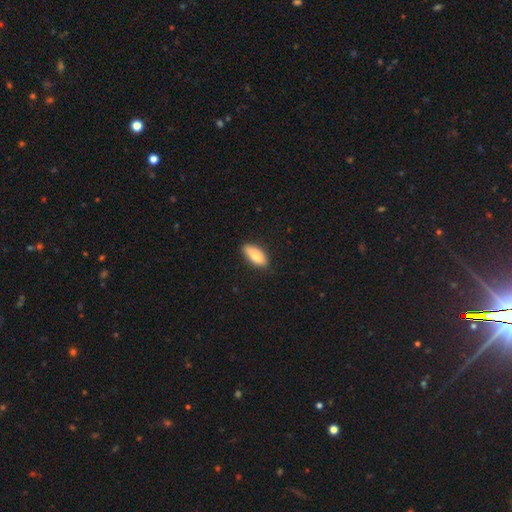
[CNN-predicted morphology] Overall: smooth (83%). How rounded: in between (80%). Merging: none (79%).